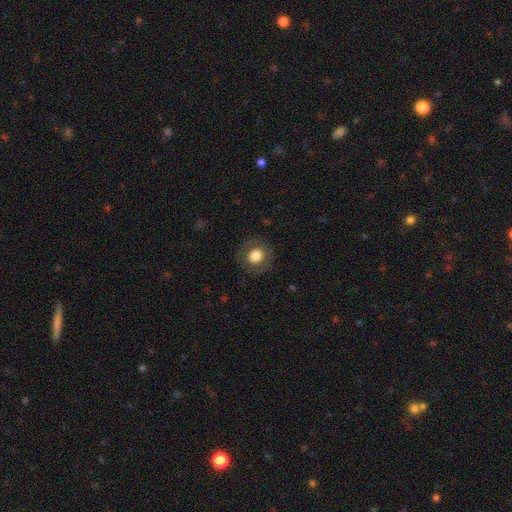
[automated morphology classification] Smooth or featured: smooth — 74% (featured or disk — 17%)
How rounded: round — 92% (in between — 7%)
Merging: none — 87% (minor disturbance — 8%)